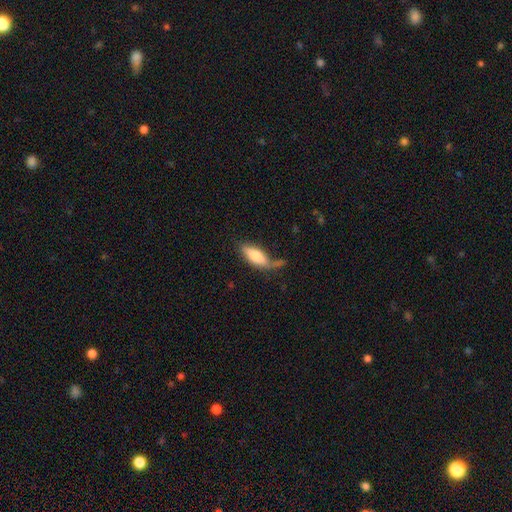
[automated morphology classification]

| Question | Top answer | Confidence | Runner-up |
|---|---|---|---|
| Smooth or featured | smooth | 71% | featured or disk (22%) |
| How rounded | in between | 69% | cigar-shaped (29%) |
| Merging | none | 41% | minor disturbance (28%) |